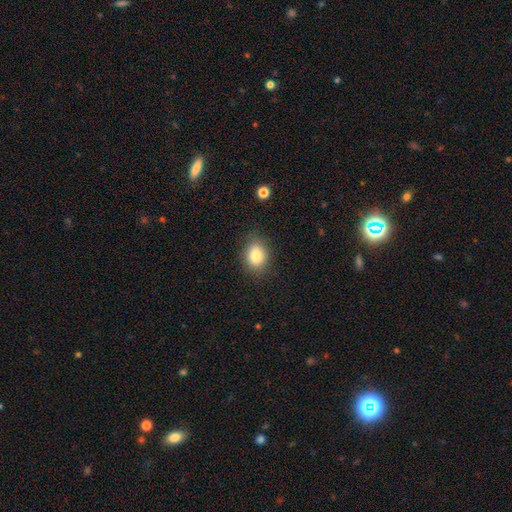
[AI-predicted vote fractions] This is clearly a smooth galaxy (83%). How rounded: likely in between (64%). Merging: clearly none (83%).